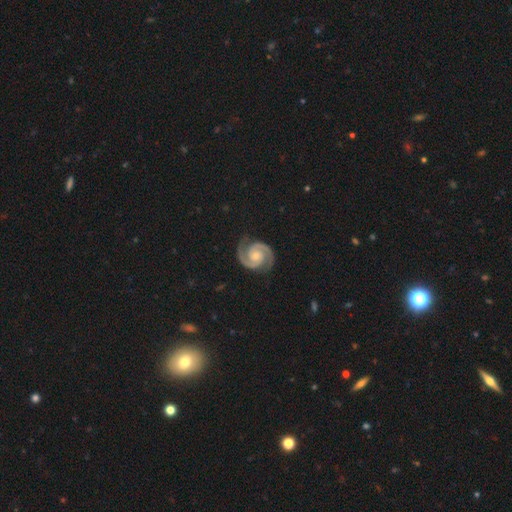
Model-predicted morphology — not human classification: A featured or disk galaxy (93%) with no bar (67%), 2 (94%) tight (51%) spiral arms (99%) and a moderate central bulge (46%). Merging: none (85%).